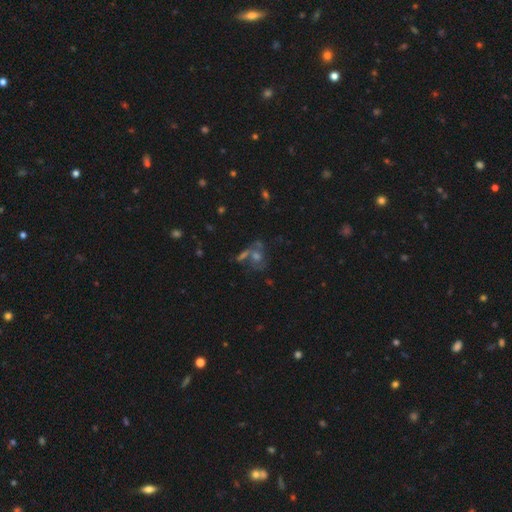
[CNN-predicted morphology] Smooth or featured: featured or disk — 35% (star or artifact — 33%)
Merging: none — 43% (merger — 30%)